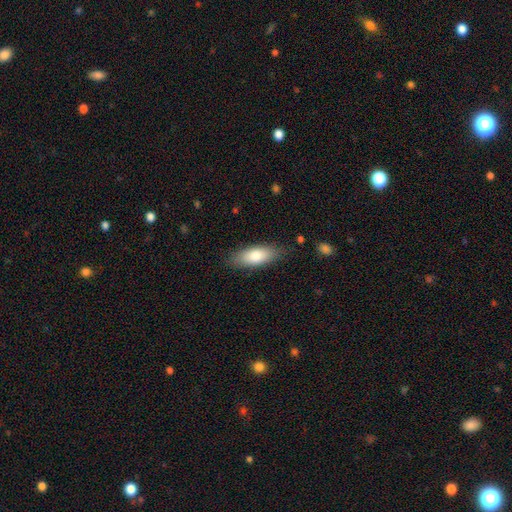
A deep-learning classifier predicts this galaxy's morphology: smooth_or_featured: smooth (p=0.78) [alt: featured or disk p=0.16]
how_rounded: in between (p=0.72) [alt: cigar-shaped p=0.26]
merging: none (p=0.83) [alt: minor disturbance p=0.13]